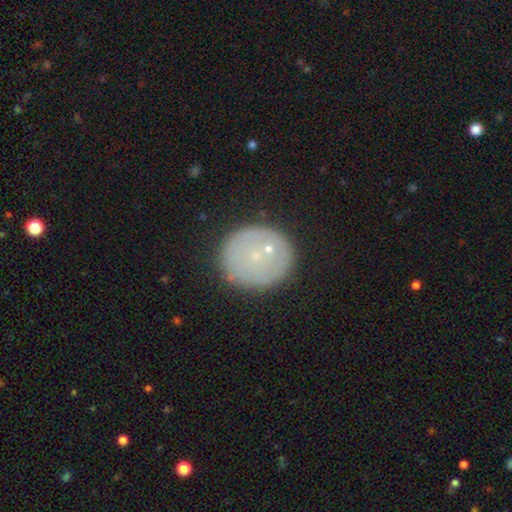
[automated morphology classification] This appears to be a smooth galaxy with no disk features (55%) that is round (88%). Merging: none (76%).